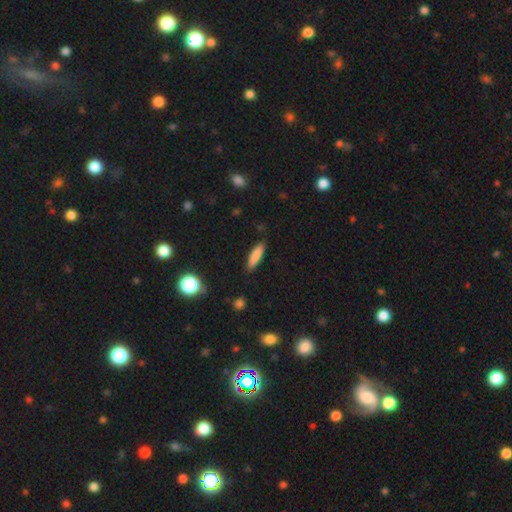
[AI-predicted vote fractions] A smooth galaxy with no disk features (84%) that is cigar-shaped (70%). Merging: none (85%).